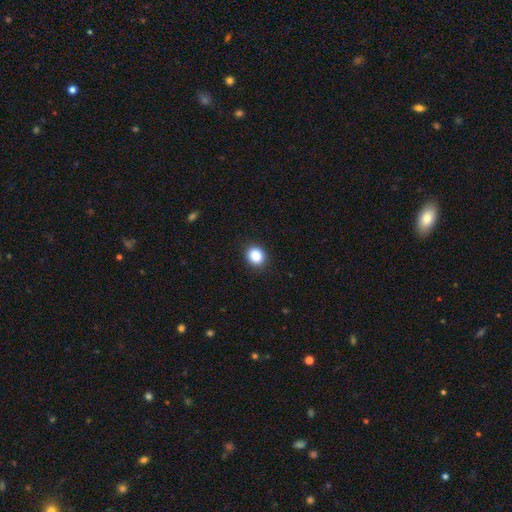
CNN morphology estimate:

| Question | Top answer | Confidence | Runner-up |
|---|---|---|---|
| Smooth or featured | smooth | 87% | star or artifact (10%) |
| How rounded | round | 77% | in between (22%) |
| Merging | none | 91% | minor disturbance (6%) |